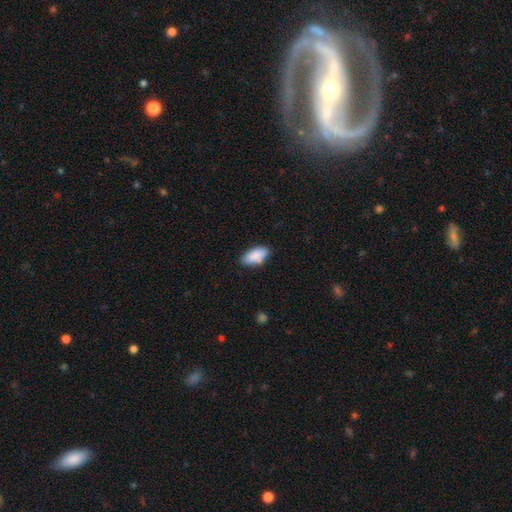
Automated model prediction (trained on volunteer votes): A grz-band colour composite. It shows a smooth galaxy with no disk features (87%) that is in between round and cigar-shaped (89%). Merging: none (78%).